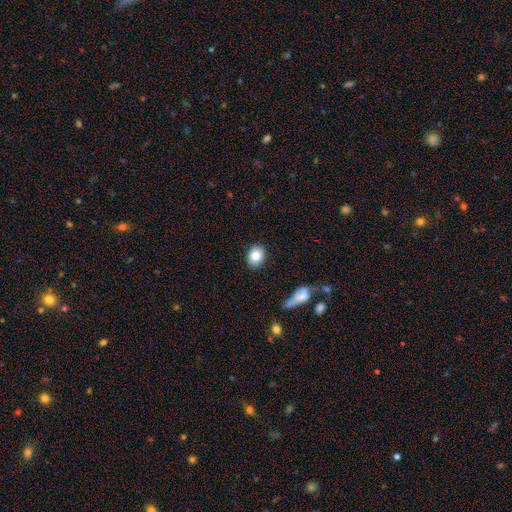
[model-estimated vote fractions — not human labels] smooth-or-featured: smooth: 84% | star or artifact: 8% | featured or disk: 7%
  how-rounded: round: 55% | in between: 44% | cigar-shaped: 2%
  merging: none: 82% | minor disturbance: 13% | major disturbance: 3% | merger: 2%